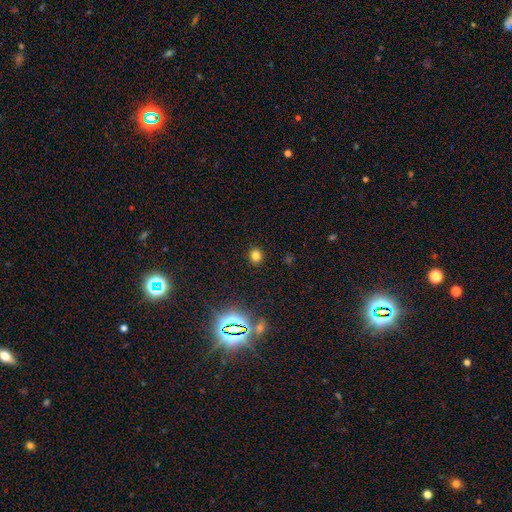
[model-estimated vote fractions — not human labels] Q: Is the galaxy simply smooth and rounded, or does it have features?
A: smooth — 76%.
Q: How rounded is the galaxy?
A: round — 86%.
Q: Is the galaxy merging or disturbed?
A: none — 91%.